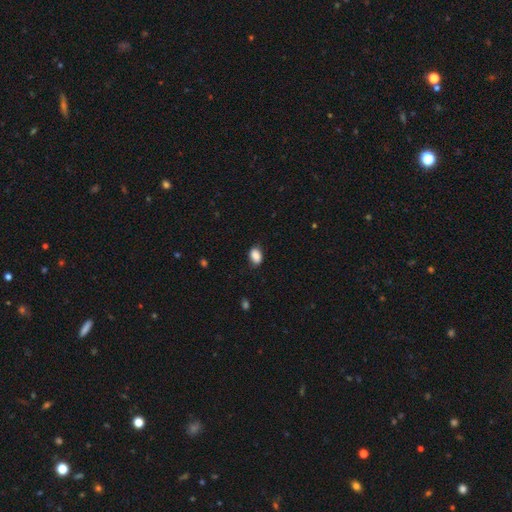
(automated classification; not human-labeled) A smooth galaxy with no disk features (88%) that is in between round and cigar-shaped (84%). Merging: none (77%).